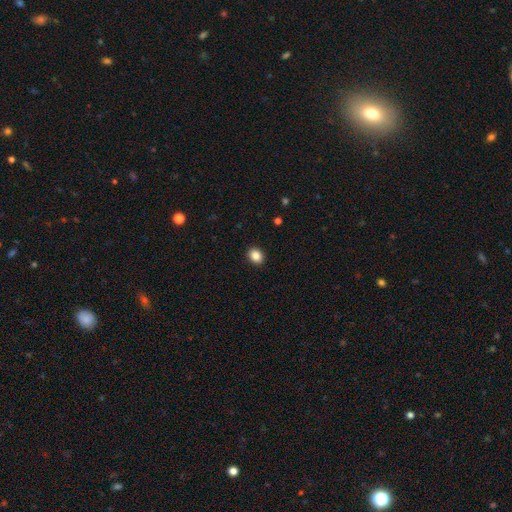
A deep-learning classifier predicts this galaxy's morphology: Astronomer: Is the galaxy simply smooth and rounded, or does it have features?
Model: smooth — 86%.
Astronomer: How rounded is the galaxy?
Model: round — 57% (runner-up: in between, 42%).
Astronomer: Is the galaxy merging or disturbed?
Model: none — 92%.